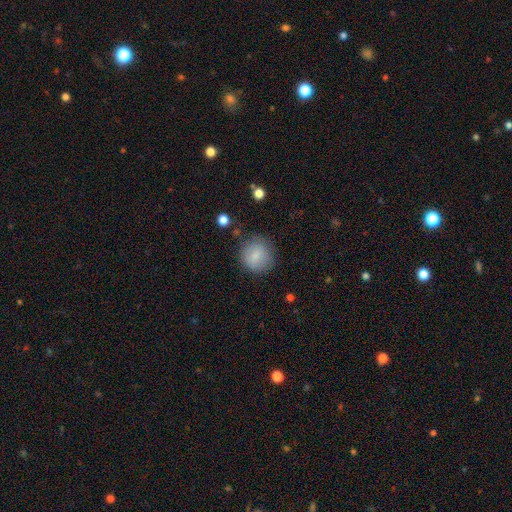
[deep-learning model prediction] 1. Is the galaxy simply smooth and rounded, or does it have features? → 83% smooth, 9% featured or disk, 8% star or artifact.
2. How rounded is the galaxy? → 89% round, 10% in between, 1% cigar-shaped.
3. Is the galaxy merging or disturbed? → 79% none, 14% minor disturbance, 5% major disturbance, 2% merger.